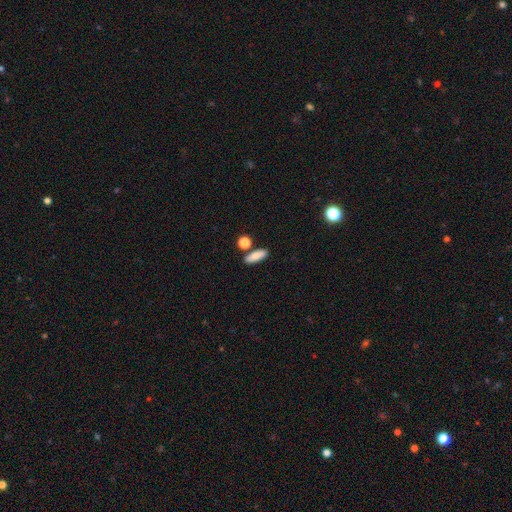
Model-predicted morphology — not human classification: A smooth galaxy with no disk features (82%) that is in between round and cigar-shaped (68%).

Vote fractions:
- Smooth or featured? smooth: 82% / featured or disk: 10% / star or artifact: 8%
- How rounded? in between: 68% / cigar-shaped: 26% / round: 6%
- Merging? none: 75% / minor disturbance: 11% / merger: 10% / major disturbance: 3%